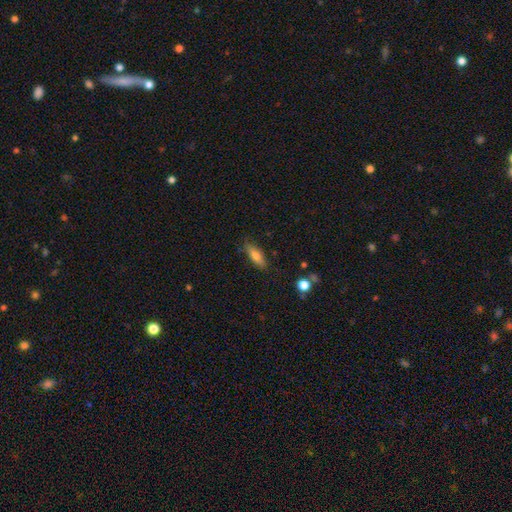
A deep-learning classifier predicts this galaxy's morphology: smooth-or-featured: smooth: 74% | featured or disk: 18% | star or artifact: 7%
  how-rounded: in between: 58% | cigar-shaped: 39% | round: 3%
  merging: none: 80% | minor disturbance: 15% | major disturbance: 3% | merger: 2%